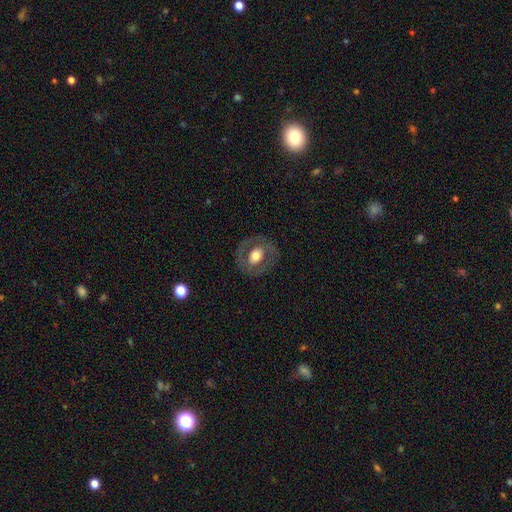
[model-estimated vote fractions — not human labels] Overall: smooth (49%; featured or disk 44%). Merging: none (81%).